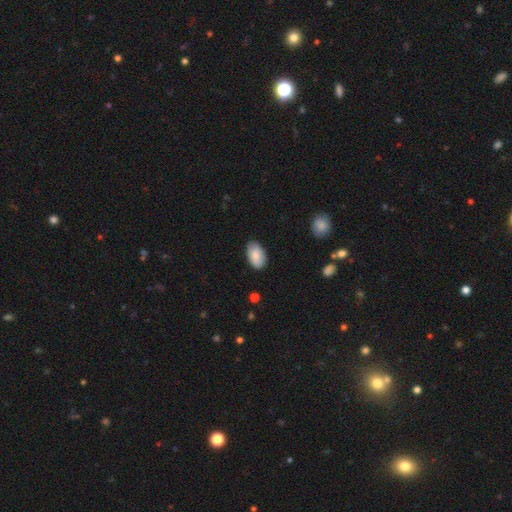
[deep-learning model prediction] A smooth galaxy with no disk features (82%) that is in between round and cigar-shaped (95%).

Vote fractions:
- Smooth or featured? smooth: 82% / featured or disk: 12% / star or artifact: 6%
- How rounded? in between: 95% / round: 4% / cigar-shaped: 1%
- Merging? none: 82% / minor disturbance: 15% / major disturbance: 2% / merger: 1%